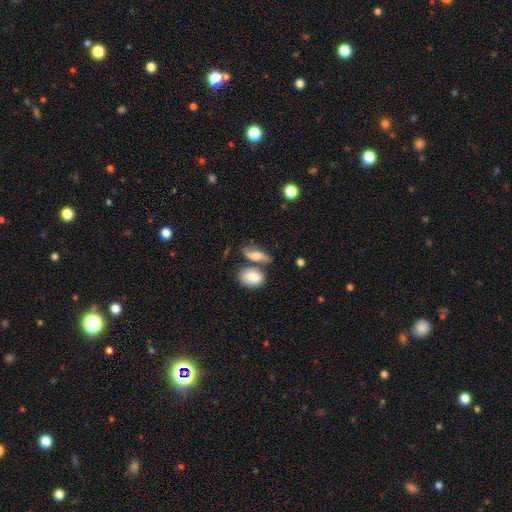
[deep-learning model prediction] This appears to be a smooth galaxy with no disk features (63%) that is in between round and cigar-shaped (76%). Merging: none (45%).